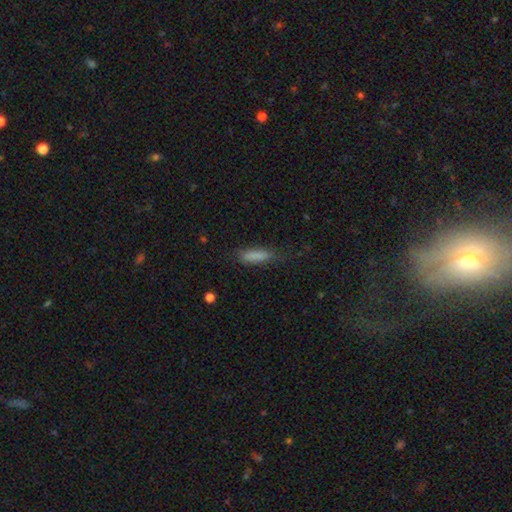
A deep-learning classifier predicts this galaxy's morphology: Smooth or featured: smooth — 83% (featured or disk — 9%)
How rounded: cigar-shaped — 61% (in between — 37%)
Merging: none — 69% (minor disturbance — 23%)